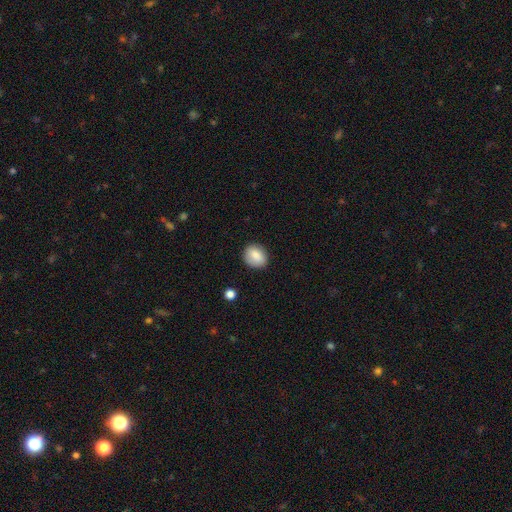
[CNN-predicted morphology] A smooth galaxy with no disk features (85%) that is round (62%). Merging: none (85%).